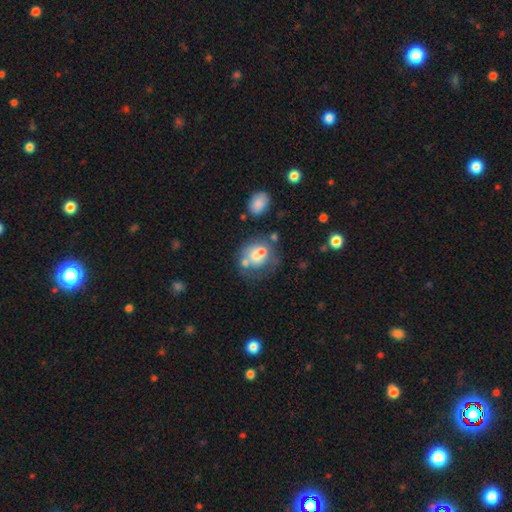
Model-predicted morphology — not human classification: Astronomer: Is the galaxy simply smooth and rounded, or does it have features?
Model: smooth — 57% (runner-up: featured or disk, 33%).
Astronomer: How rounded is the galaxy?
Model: round — 62%.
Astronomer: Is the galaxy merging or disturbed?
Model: merger — 34% (runner-up: none, 32%).